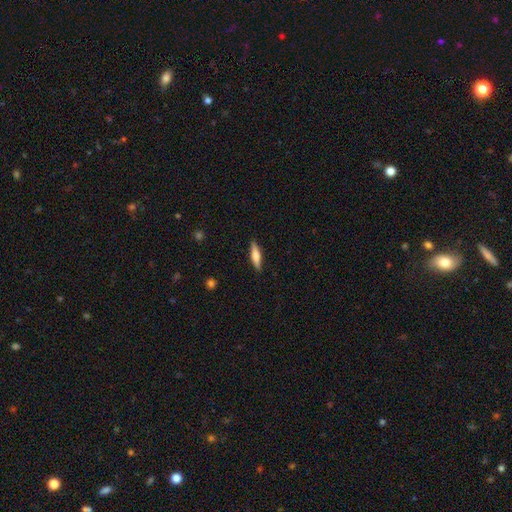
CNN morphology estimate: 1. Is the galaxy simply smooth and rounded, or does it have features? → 60% smooth, 34% featured or disk, 6% star or artifact.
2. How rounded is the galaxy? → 72% cigar-shaped, 26% in between, 2% round.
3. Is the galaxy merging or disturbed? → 89% none, 8% minor disturbance, 2% major disturbance, 1% merger.